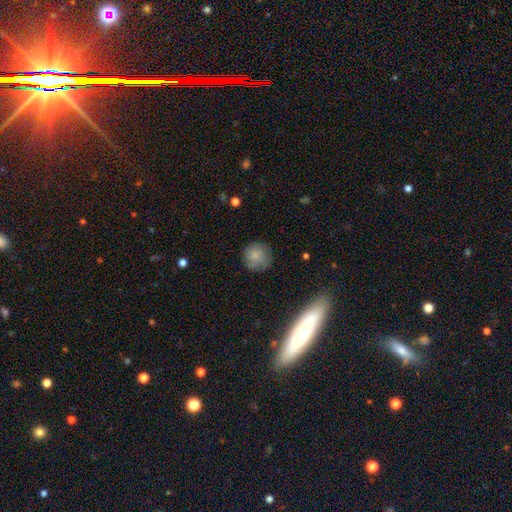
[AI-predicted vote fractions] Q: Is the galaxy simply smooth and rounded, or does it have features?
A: smooth — 81%.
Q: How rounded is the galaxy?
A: round — 92%.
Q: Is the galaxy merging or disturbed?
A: none — 80%.